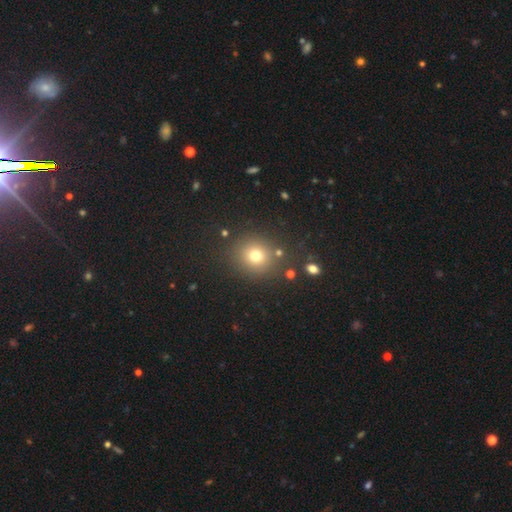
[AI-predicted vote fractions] Smooth or featured? Predicted: smooth (p=0.73). How rounded? Predicted: round (p=0.88). Merging? Predicted: none (p=0.83).